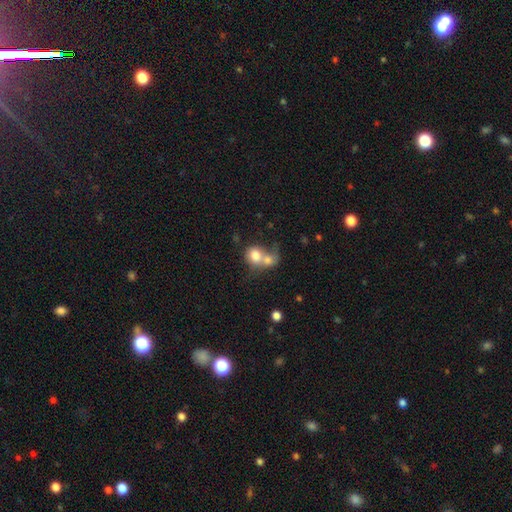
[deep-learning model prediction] This appears to be a smooth galaxy with no disk features (74%) that is round (61%). Merging: merger (71%).